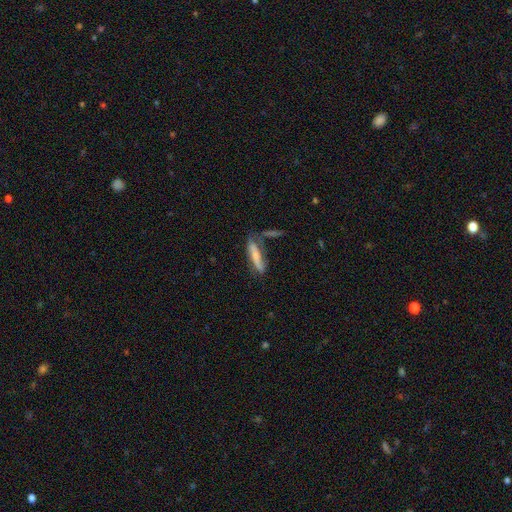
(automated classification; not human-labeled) A smooth galaxy with no disk features (58%) that is cigar-shaped (72%). Merging: none (52%).